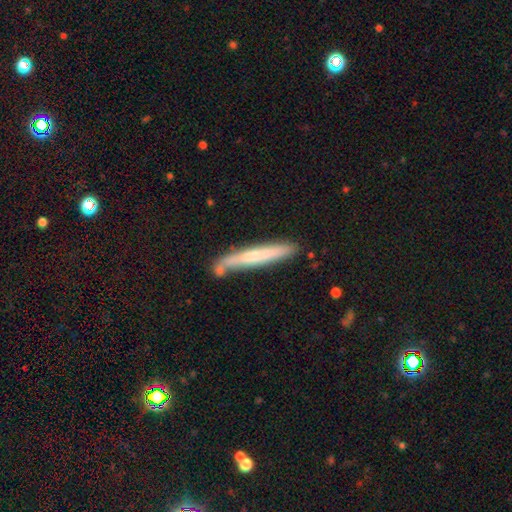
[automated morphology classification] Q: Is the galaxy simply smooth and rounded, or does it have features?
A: smooth — 56%.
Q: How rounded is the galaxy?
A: cigar-shaped — 96%.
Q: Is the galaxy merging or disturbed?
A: none — 73%.